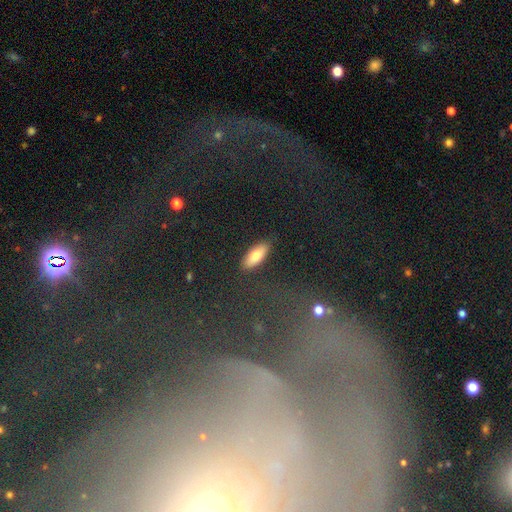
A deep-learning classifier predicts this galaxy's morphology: Overall: smooth (78%). How rounded: in between (74%). Merging: none (89%).